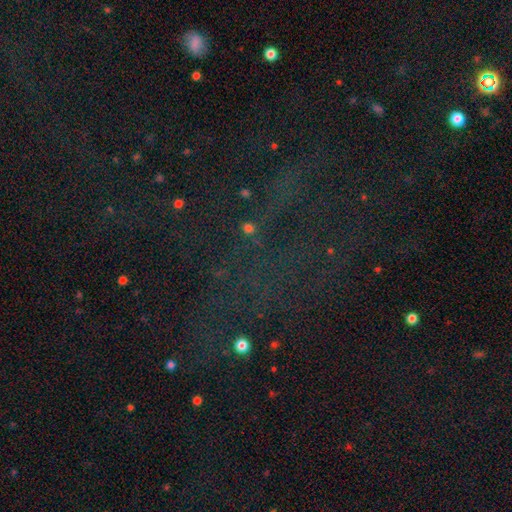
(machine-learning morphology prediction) Q: Smooth or featured?
A: star or artifact (67%); runner-up: smooth (17%)